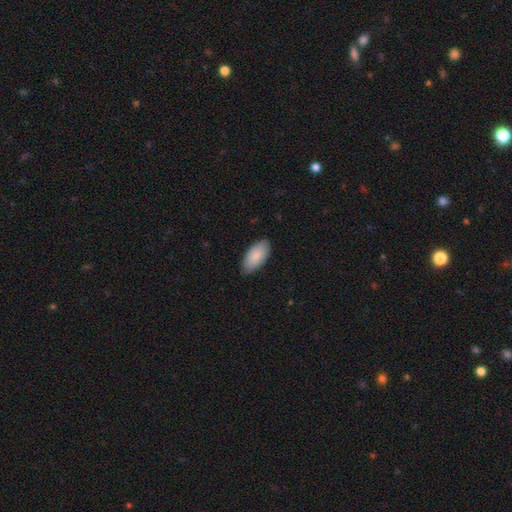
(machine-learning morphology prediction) A smooth galaxy with no disk features (87%) that is in between round and cigar-shaped (94%). Merging: none (81%).